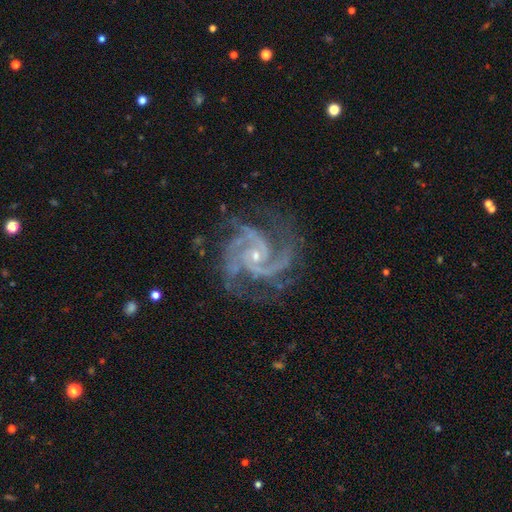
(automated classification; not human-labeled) A featured or disk galaxy (93%) with no bar (64%), 2 (44%) medium (50%) spiral arms (99%) and a small central bulge (74%). Merging: none (71%).